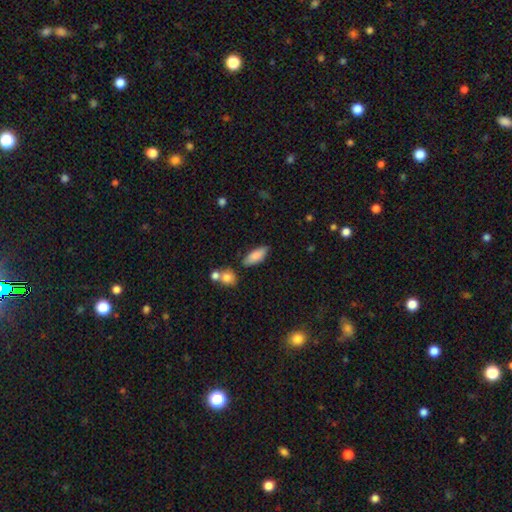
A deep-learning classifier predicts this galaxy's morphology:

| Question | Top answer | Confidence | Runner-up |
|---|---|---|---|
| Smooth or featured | smooth | 81% | featured or disk (12%) |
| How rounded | in between | 76% | cigar-shaped (21%) |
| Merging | none | 76% | minor disturbance (16%) |